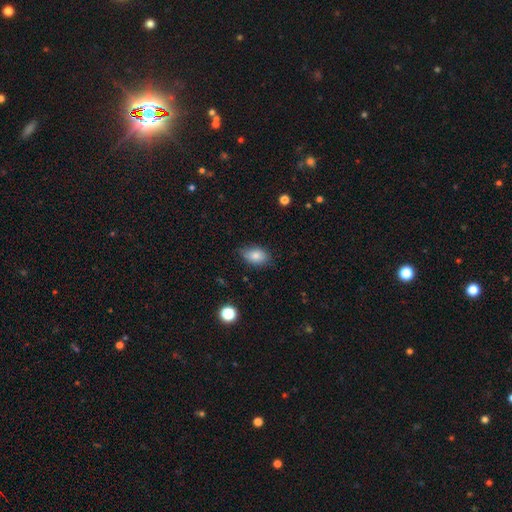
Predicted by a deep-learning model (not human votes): Overall: smooth (84%). How rounded: in between (86%). Merging: none (73%).